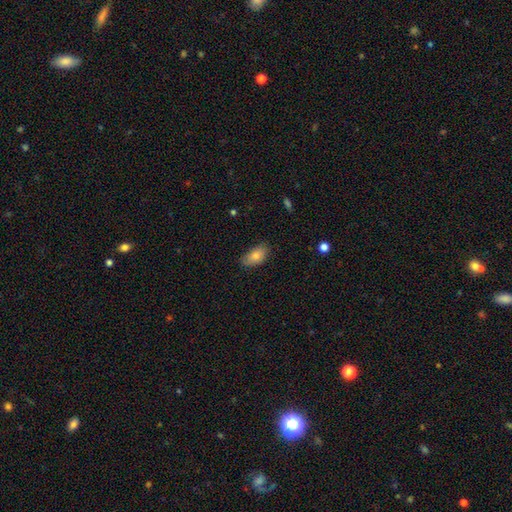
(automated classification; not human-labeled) The model was most divided on "merging": none: 73%, minor disturbance: 23%, major disturbance: 4%, merger: 1%. More confident: how rounded — in between (92%); smooth or featured — smooth (78%).